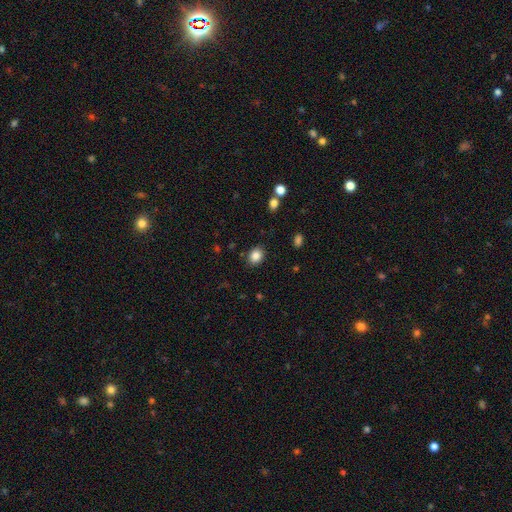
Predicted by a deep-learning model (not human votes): This is clearly a smooth galaxy (85%). How rounded: possibly in between (50%). Merging: clearly none (86%).